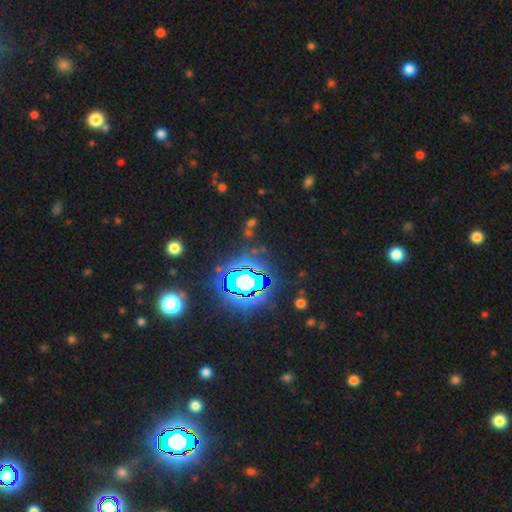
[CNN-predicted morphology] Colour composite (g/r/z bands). It shows a star or artifact, not a galaxy (80%).